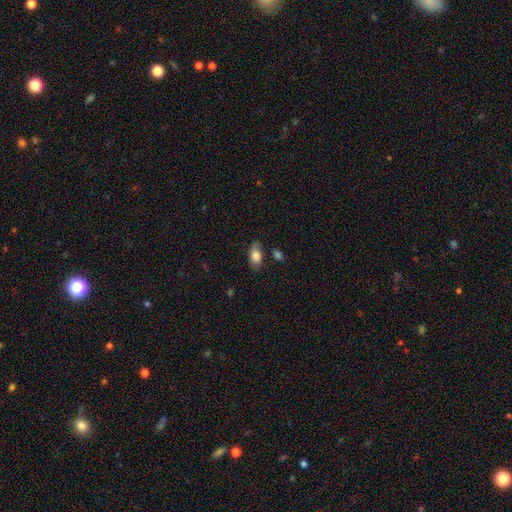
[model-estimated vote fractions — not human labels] A smooth galaxy with no disk features (76%) that is in between round and cigar-shaped (90%).

Vote fractions:
- Smooth or featured? smooth: 76% / featured or disk: 17% / star or artifact: 7%
- How rounded? in between: 90% / round: 6% / cigar-shaped: 4%
- Merging? none: 63% / minor disturbance: 25% / major disturbance: 7% / merger: 4%